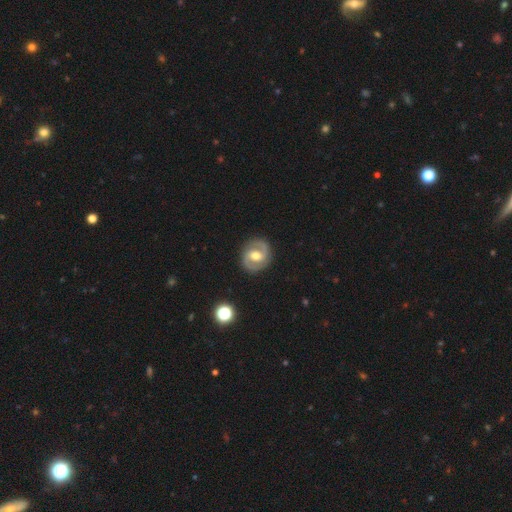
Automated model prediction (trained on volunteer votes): featured or disk 87%, smooth 9%, star or artifact 5%. Down the decision tree: edge-on disk — no (98%); bar — weak (47%); spiral arms — yes (95%); spiral arm count — 2 (93%); spiral winding — medium (51%); bulge size — moderate (74%); merging — none (88%).